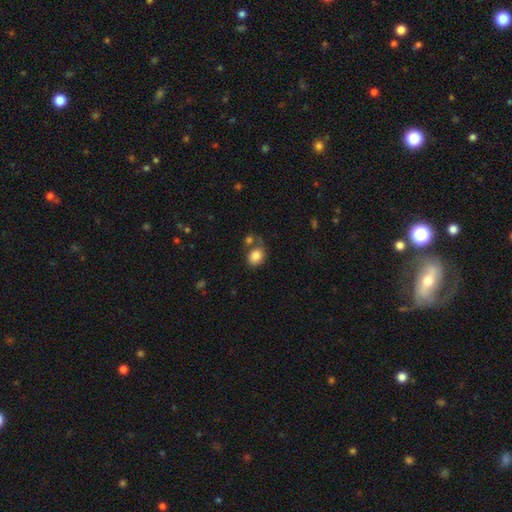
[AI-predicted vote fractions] This appears to be a smooth galaxy with no disk features (83%) that is in between round and cigar-shaped (54%). Merging: none (51%).